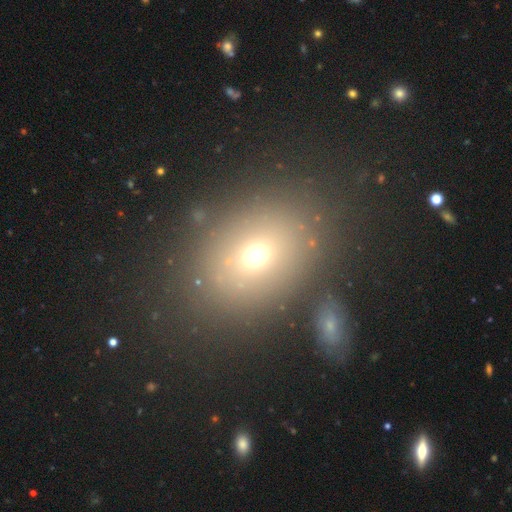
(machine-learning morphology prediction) This appears to be a smooth galaxy with no disk features (67%) that is in between round and cigar-shaped (57%). Merging: none (76%).